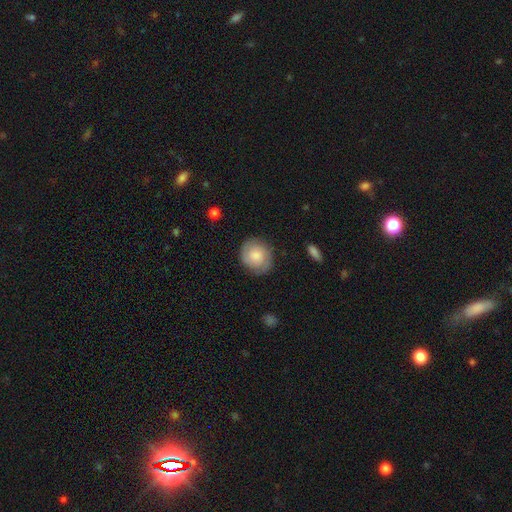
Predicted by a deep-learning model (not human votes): Smooth or featured? smooth (65%)
How rounded? round (78%)
Merging? none (82%)